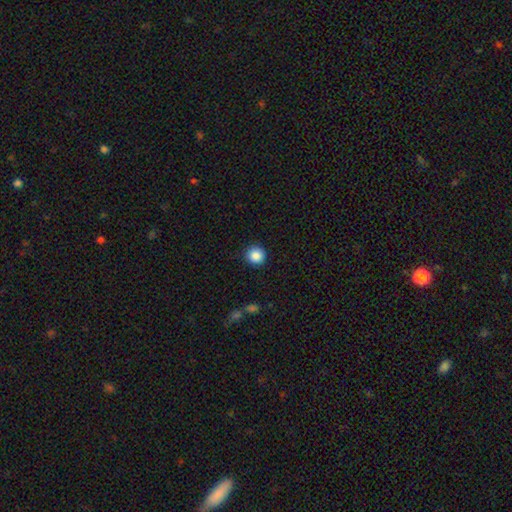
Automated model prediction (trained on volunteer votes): Q: Smooth or featured?
A: smooth (88%); runner-up: star or artifact (9%)
Q: How rounded?
A: round (95%); runner-up: in between (4%)
Q: Merging?
A: none (91%); runner-up: minor disturbance (6%)